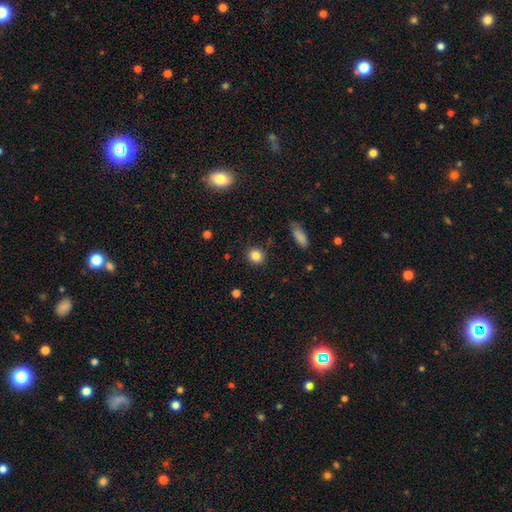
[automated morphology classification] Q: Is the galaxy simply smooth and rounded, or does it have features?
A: smooth — 85%.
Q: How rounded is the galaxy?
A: round — 85%.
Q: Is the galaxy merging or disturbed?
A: none — 89%.